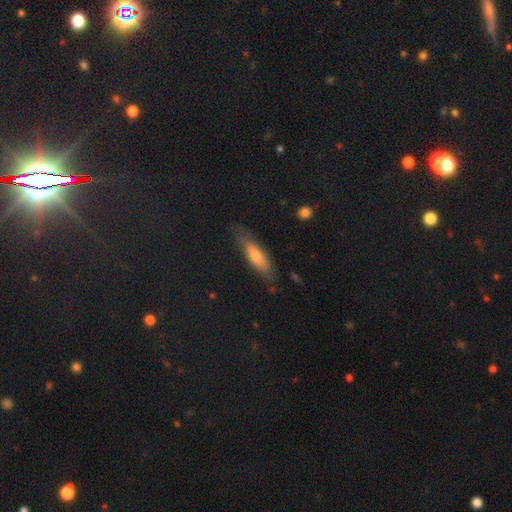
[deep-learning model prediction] A smooth galaxy with no disk features (57%) that is cigar-shaped (55%). Merging: none (67%).